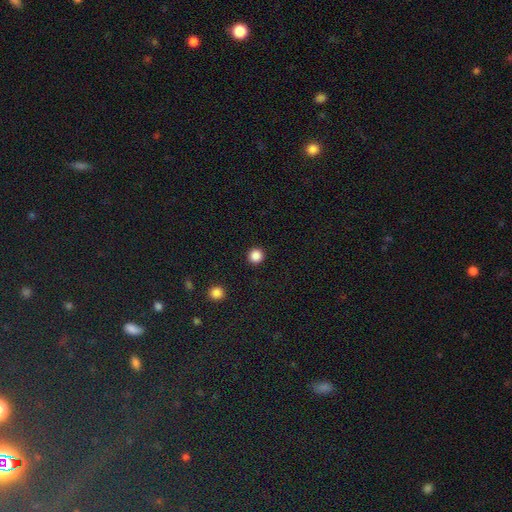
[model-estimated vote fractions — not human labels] The model was most divided on "smooth or featured": smooth: 86%, star or artifact: 11%, featured or disk: 3%. More confident: how rounded — round (95%); merging — none (93%).